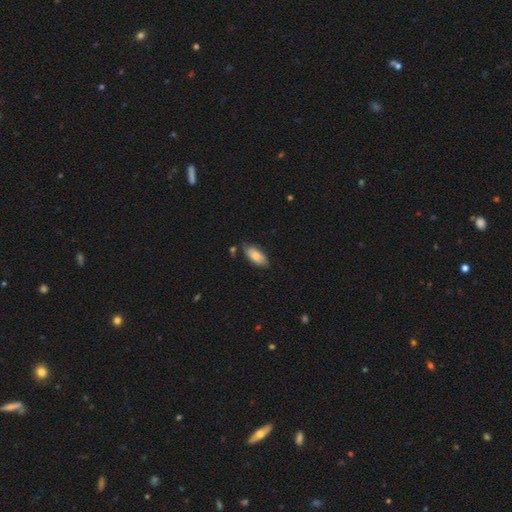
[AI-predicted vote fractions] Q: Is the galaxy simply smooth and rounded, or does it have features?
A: smooth — 78%.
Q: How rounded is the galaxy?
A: in between — 88%.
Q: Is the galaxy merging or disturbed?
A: none — 73%.